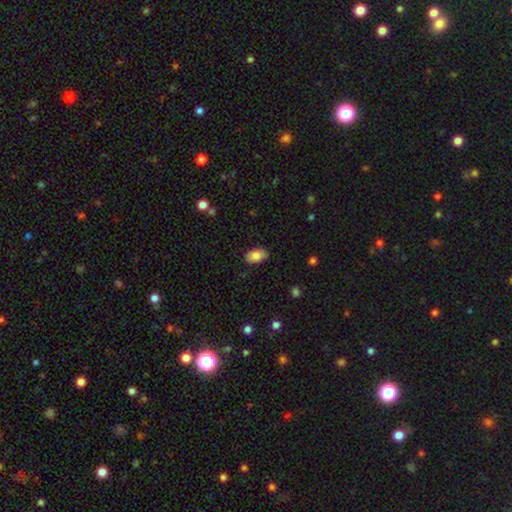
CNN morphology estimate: The model was most divided on "merging": none: 86%, minor disturbance: 11%, major disturbance: 2%, merger: 1%. More confident: how rounded — in between (93%); smooth or featured — smooth (85%).